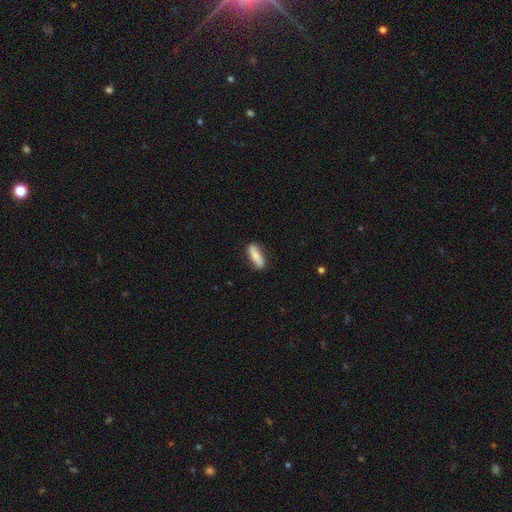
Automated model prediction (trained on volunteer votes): A smooth galaxy with no disk features (68%) that is in between round and cigar-shaped (50%).

Vote fractions:
- Smooth or featured? smooth: 68% / featured or disk: 26% / star or artifact: 6%
- How rounded? in between: 50% / cigar-shaped: 47% / round: 3%
- Merging? none: 80% / minor disturbance: 15% / major disturbance: 3% / merger: 1%